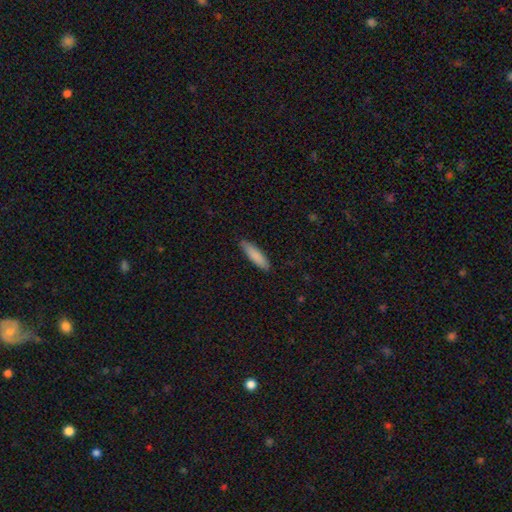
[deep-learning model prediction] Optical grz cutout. It shows a smooth galaxy with no disk features (86%) that is cigar-shaped (72%). Merging: none (86%).